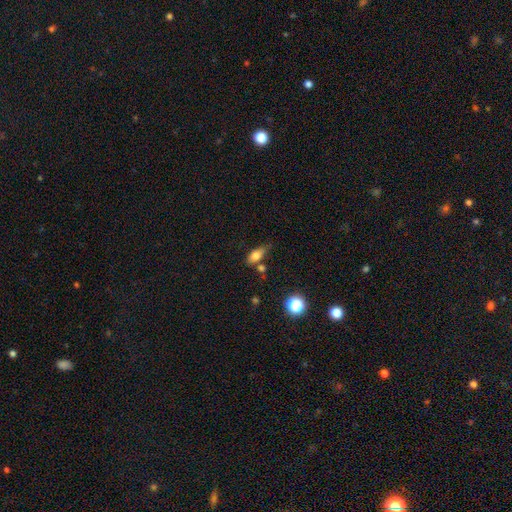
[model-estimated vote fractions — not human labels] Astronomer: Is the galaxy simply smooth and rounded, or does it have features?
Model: smooth — 72%.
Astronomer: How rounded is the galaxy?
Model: in between — 76%.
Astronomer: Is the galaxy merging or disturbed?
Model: none — 52% (runner-up: minor disturbance, 27%).